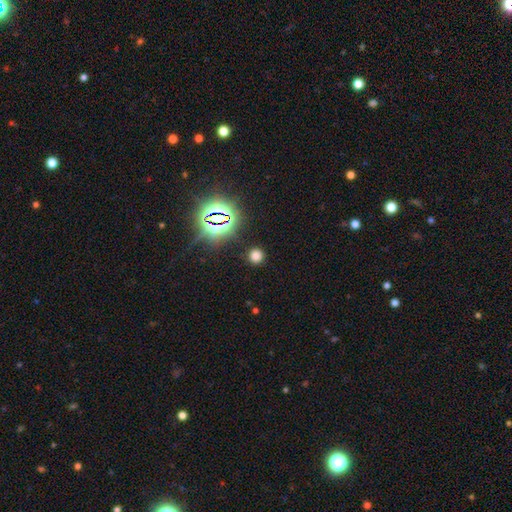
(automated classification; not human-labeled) Smooth or featured? Predicted: smooth (p=0.67). How rounded? Predicted: round (p=0.90). Merging? Predicted: none (p=0.88).